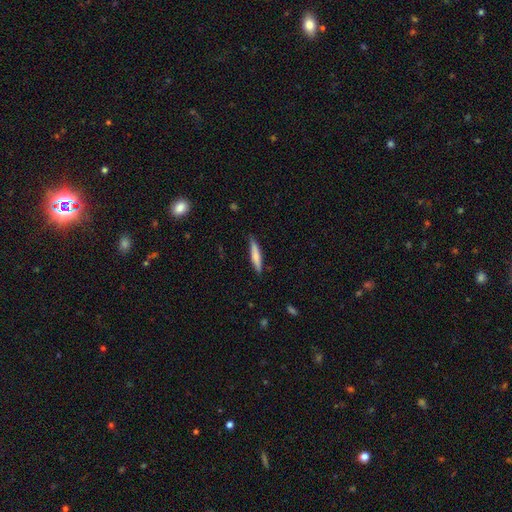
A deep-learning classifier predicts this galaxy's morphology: The model was most divided on "smooth or featured": smooth: 70%, featured or disk: 24%, star or artifact: 6%. More confident: how rounded — cigar-shaped (88%); merging — none (84%).